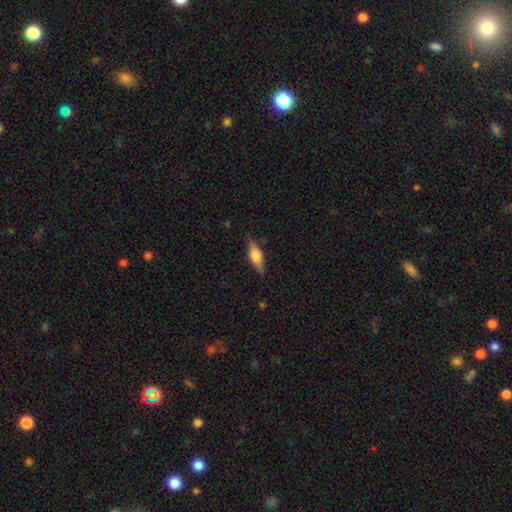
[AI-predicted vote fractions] smooth 55%, featured or disk 39%, star or artifact 7%. Down the decision tree: how rounded — in between (58%); merging — none (81%).